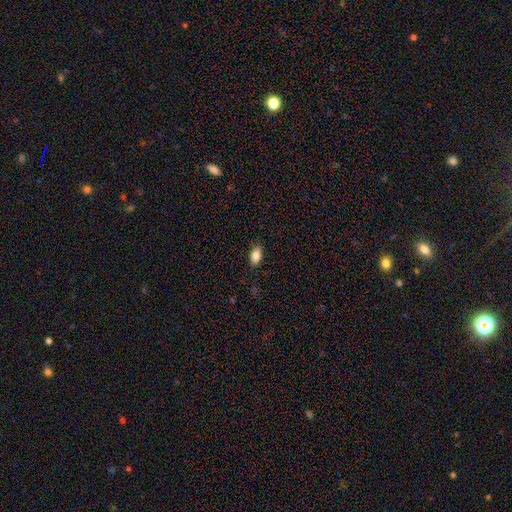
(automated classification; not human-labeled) Smooth or featured: smooth — 86% (star or artifact — 8%)
How rounded: in between — 90% (round — 6%)
Merging: none — 85% (minor disturbance — 11%)